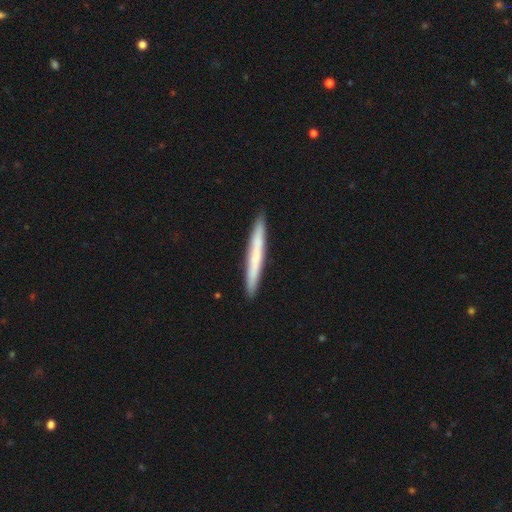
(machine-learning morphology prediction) Overall: smooth (62%; featured or disk 33%). How rounded: cigar-shaped (97%). Merging: none (92%).